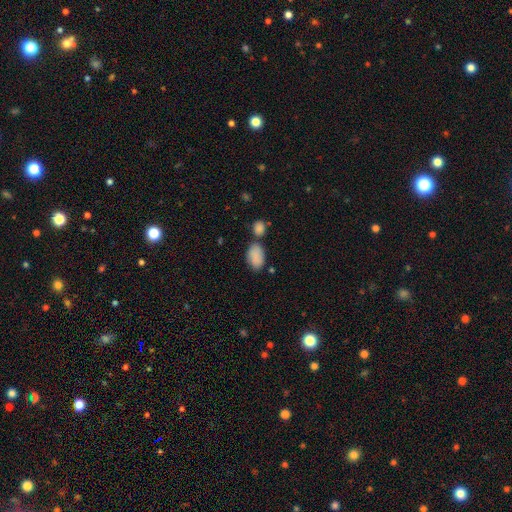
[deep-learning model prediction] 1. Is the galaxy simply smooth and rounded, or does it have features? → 87% smooth, 7% star or artifact, 6% featured or disk.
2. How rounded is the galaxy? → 92% in between, 6% round, 2% cigar-shaped.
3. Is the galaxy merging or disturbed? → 56% none, 22% merger, 17% minor disturbance, 5% major disturbance.